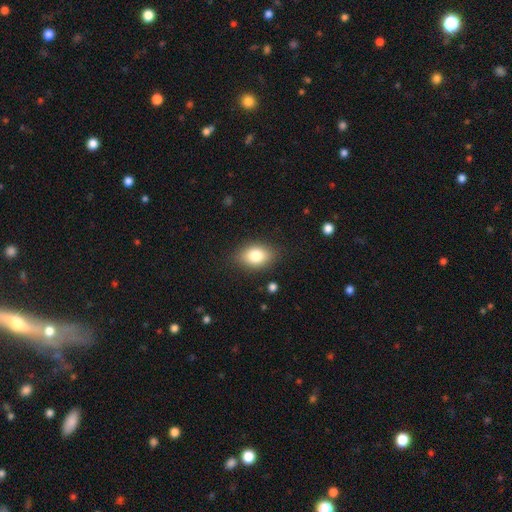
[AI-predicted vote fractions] smooth 80%, featured or disk 11%, star or artifact 9%. Down the decision tree: how rounded — in between (80%); merging — none (84%).